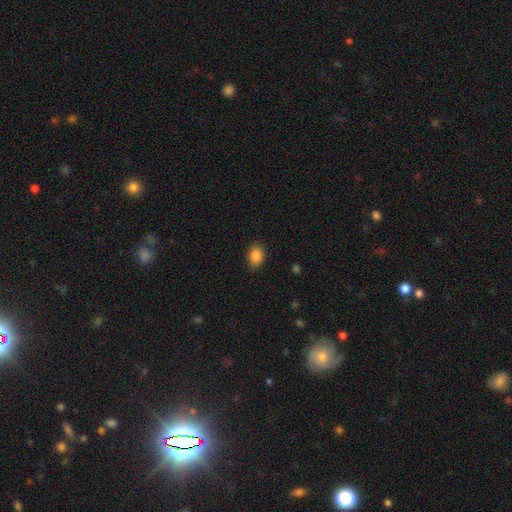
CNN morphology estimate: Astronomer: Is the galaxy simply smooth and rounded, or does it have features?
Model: smooth — 88%.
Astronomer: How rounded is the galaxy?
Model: in between — 72%.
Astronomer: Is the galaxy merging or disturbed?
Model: none — 87%.